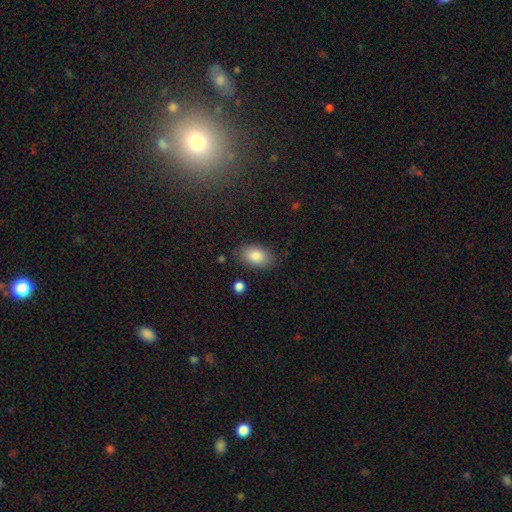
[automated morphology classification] A smooth galaxy with no disk features (86%) that is in between round and cigar-shaped (90%). Merging: none (81%).